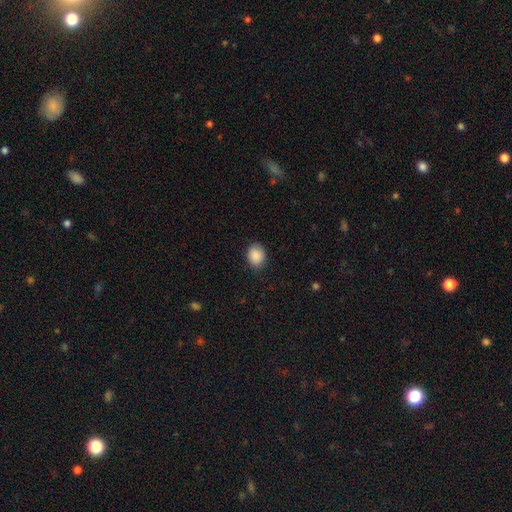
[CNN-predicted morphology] Smooth or featured: smooth — 89% (star or artifact — 8%)
How rounded: in between — 52% (round — 47%)
Merging: none — 85% (minor disturbance — 12%)